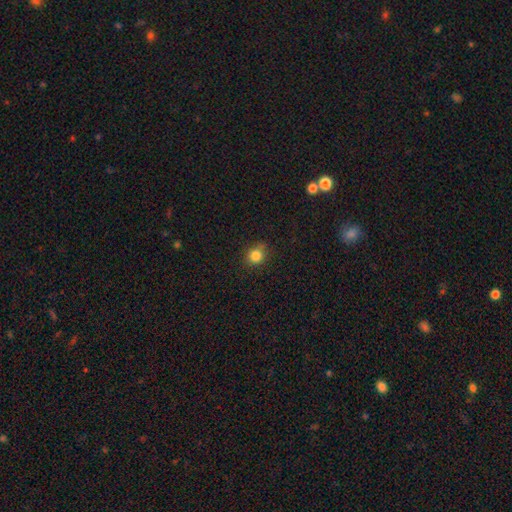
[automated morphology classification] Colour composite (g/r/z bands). It shows a smooth galaxy with no disk features (84%) that is round (76%). Merging: none (80%).